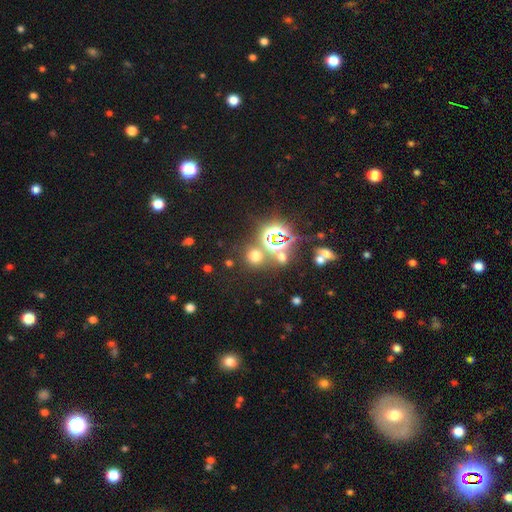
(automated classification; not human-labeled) The model was most divided on "smooth or featured": smooth: 52%, star or artifact: 41%, featured or disk: 7%. More confident: how rounded — round (87%); merging — none (77%).